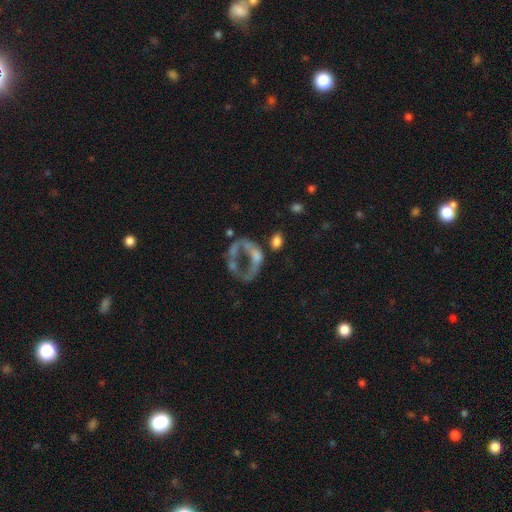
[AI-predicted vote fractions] A featured or disk galaxy (57%) with no bar (90%), no spiral arms (87%) and no central bulge (72%).

Vote fractions:
- Smooth or featured? featured or disk: 57% / smooth: 26% / star or artifact: 17%
- Edge-on disk? no: 97% / yes: 3%
- Bar? no: 90% / weak: 7% / strong: 3%
- Spiral arms? no: 87% / yes: 13%
- Bulge size? none: 72% / small: 13% / moderate: 10% / large: 3% / dominant: 2%
- Merging? major disturbance: 39% / none: 25% / merger: 25% / minor disturbance: 11%